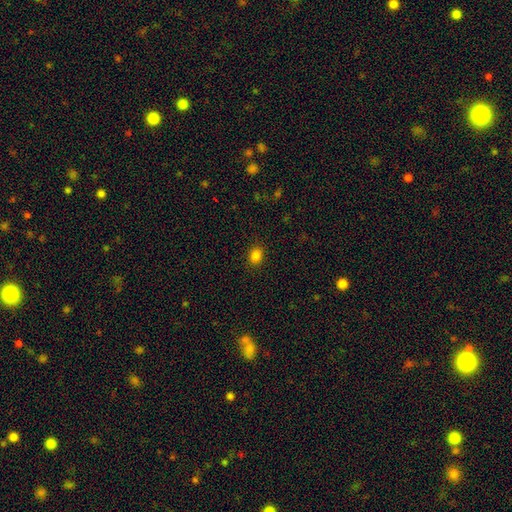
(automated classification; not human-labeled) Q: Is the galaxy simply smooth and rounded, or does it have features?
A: smooth — 83%.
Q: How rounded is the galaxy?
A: in between — 56%.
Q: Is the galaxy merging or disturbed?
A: none — 89%.